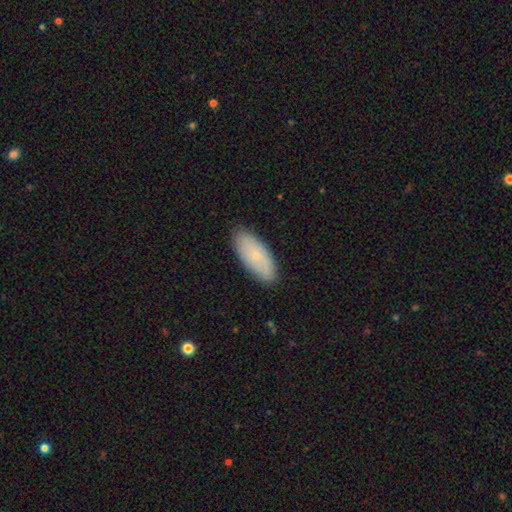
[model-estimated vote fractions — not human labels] A smooth galaxy with no disk features (72%) that is in between round and cigar-shaped (85%).

Vote fractions:
- Smooth or featured? smooth: 72% / featured or disk: 21% / star or artifact: 6%
- How rounded? in between: 85% / cigar-shaped: 12% / round: 2%
- Merging? none: 87% / minor disturbance: 10% / major disturbance: 2% / merger: 1%